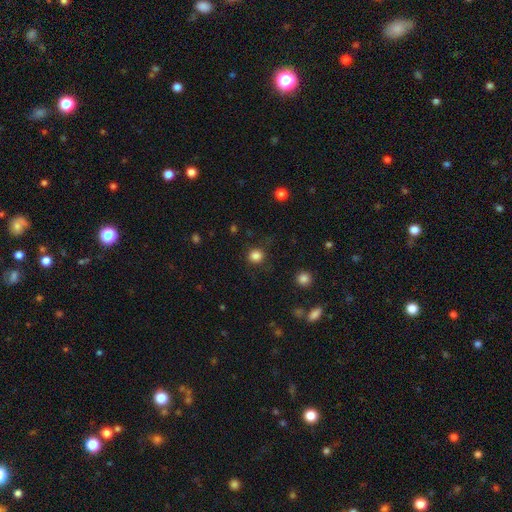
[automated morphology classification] Smooth or featured: smooth — 84% (star or artifact — 13%)
How rounded: round — 89% (in between — 10%)
Merging: none — 85% (minor disturbance — 10%)